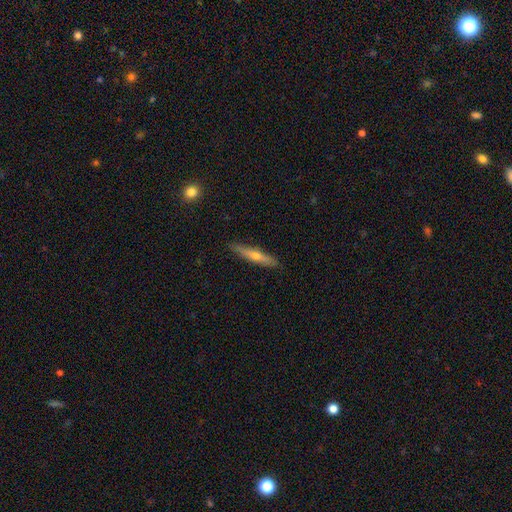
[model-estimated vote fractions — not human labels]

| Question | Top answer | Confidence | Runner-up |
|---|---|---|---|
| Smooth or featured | featured or disk | 60% | smooth (34%) |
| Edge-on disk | yes | 94% | no (6%) |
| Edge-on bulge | rounded | 86% | none (12%) |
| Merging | none | 90% | minor disturbance (8%) |